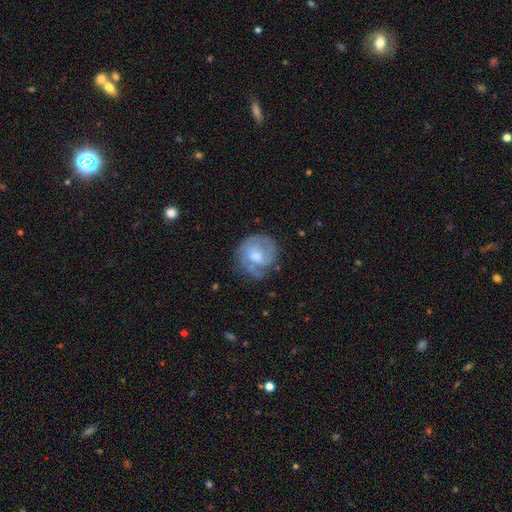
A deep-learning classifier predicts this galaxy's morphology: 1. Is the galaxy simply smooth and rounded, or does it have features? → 66% featured or disk, 28% smooth, 6% star or artifact.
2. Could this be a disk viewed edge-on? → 98% no, 2% yes.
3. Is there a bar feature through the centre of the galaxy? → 53% no, 40% weak, 7% strong.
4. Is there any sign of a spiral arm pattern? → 83% yes, 17% no.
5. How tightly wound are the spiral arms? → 46% tight, 38% medium, 16% loose.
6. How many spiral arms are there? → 35% 2, 29% can't tell, 16% 3, 14% 1, 4% 4, 3% more than 4.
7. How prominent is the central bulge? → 60% moderate, 24% small, 10% large, 5% none, 1% dominant.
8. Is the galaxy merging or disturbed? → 62% none, 23% minor disturbance, 13% major disturbance, 2% merger.